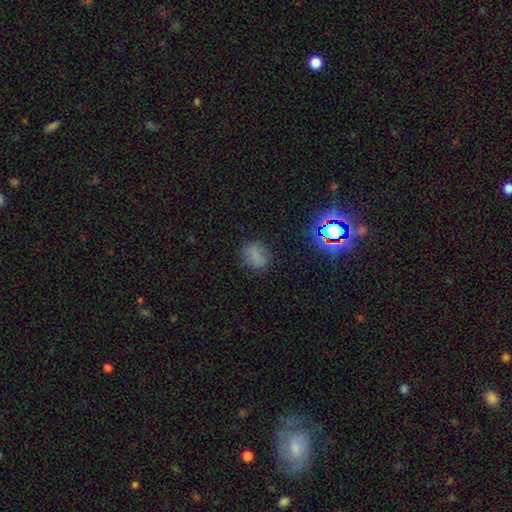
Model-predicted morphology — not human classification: Smooth or featured? smooth (68%)
How rounded? round (51%)
Merging? none (75%)